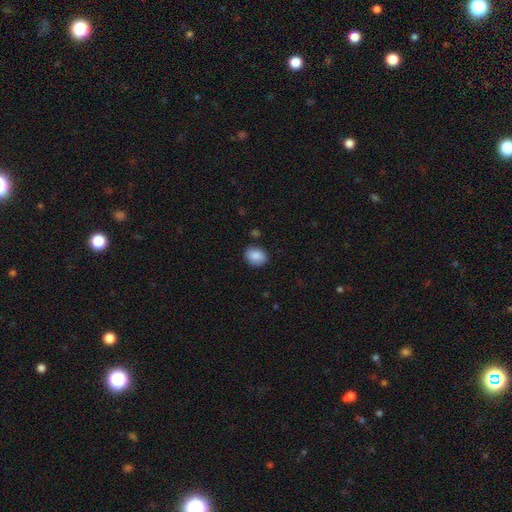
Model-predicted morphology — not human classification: smooth_or_featured: smooth (p=0.86) [alt: star or artifact p=0.08]
how_rounded: round (p=0.57) [alt: in between p=0.42]
merging: none (p=0.83) [alt: minor disturbance p=0.12]